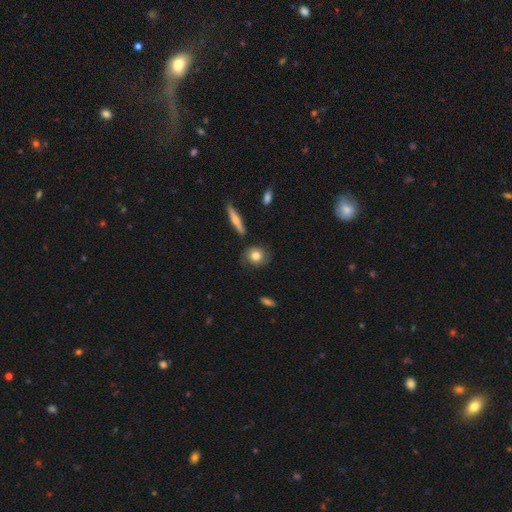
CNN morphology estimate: type=smooth (67%); roundness=round (74%); merging=none (75%).